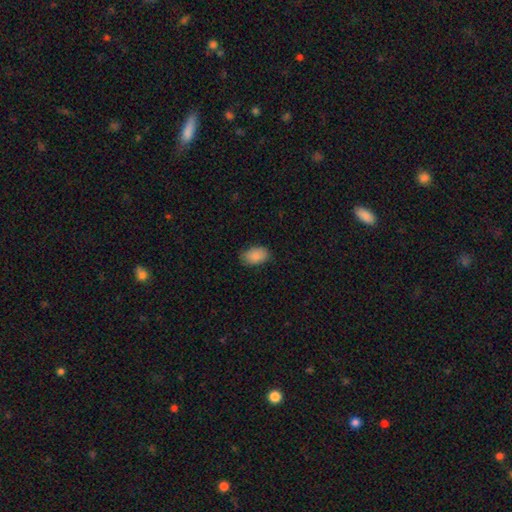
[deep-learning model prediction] smooth 89%, star or artifact 7%, featured or disk 4%. Down the decision tree: how rounded — in between (90%); merging — none (80%).